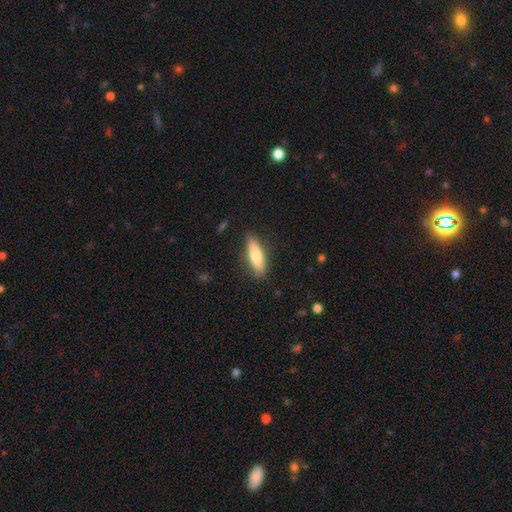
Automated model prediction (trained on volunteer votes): smooth 71%, featured or disk 24%, star or artifact 6%. Down the decision tree: how rounded — cigar-shaped (57%); merging — none (86%).